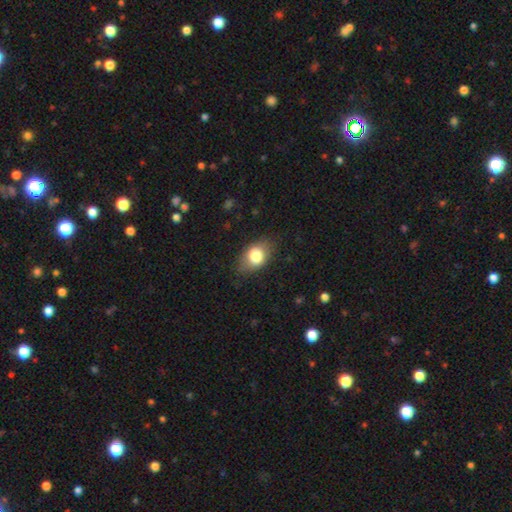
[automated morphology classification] Smooth or featured? Predicted: smooth (p=0.78). How rounded? Predicted: in between (p=0.80). Merging? Predicted: none (p=0.76).